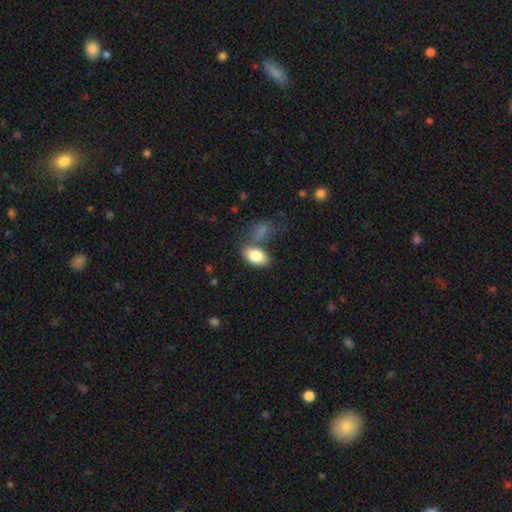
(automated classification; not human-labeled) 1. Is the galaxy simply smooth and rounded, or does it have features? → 84% smooth, 10% featured or disk, 7% star or artifact.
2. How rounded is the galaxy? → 92% in between, 6% round, 2% cigar-shaped.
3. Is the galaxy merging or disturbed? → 57% none, 20% merger, 16% minor disturbance, 7% major disturbance.